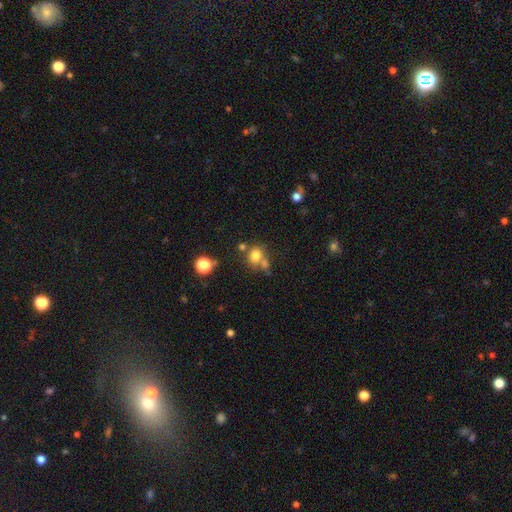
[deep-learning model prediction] This appears to be a smooth galaxy with no disk features (76%) that is round (60%). Merging: none (50%).